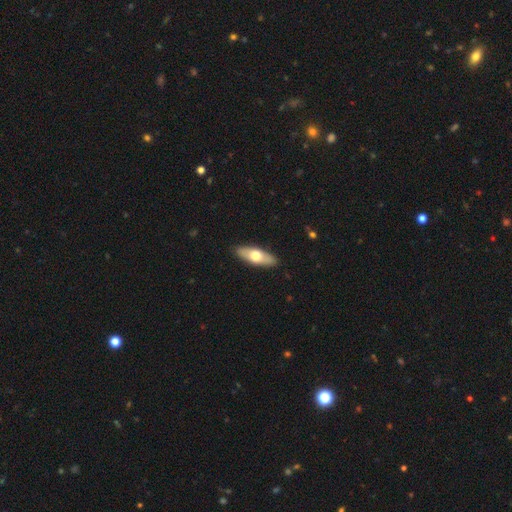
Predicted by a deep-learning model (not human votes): Smooth or featured? Predicted: smooth (p=0.57). How rounded? Predicted: in between (p=0.64). Merging? Predicted: none (p=0.89).